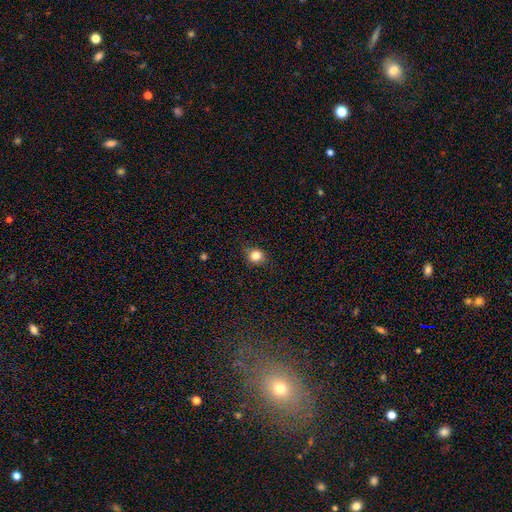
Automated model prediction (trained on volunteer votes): This appears to be a smooth galaxy with no disk features (82%) that is round (79%). Merging: none (85%).